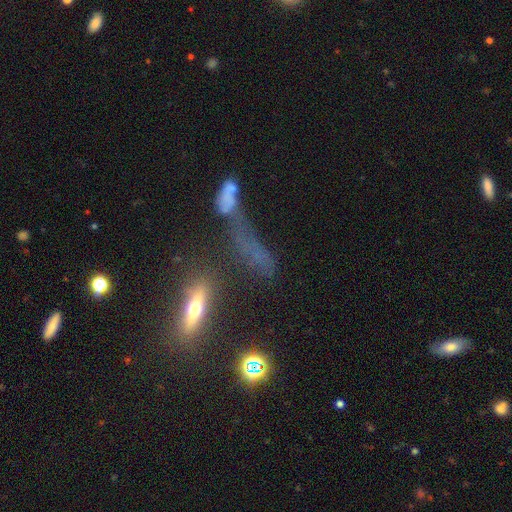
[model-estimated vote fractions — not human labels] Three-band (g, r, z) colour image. It shows a smooth galaxy with no disk features (37%). Merging: none (35%).